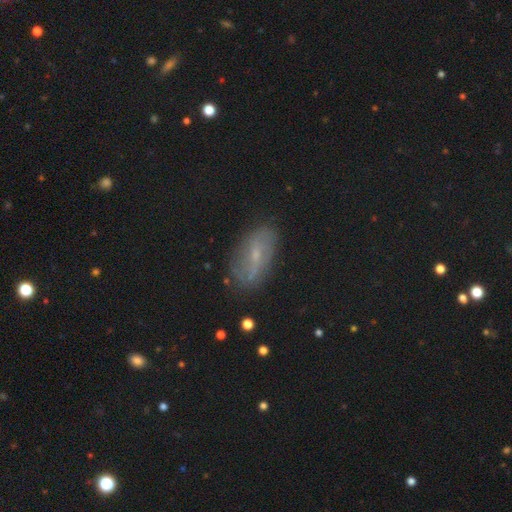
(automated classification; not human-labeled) Morphology: type=featured or disk (46%); merging=none (78%).